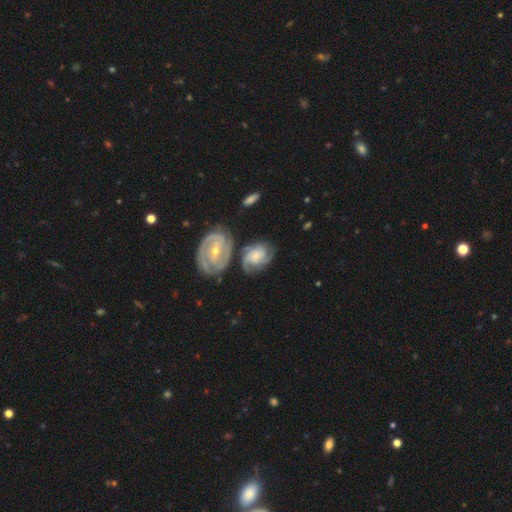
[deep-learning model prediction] The model was most divided on "spiral winding": tight: 51%, medium: 40%, loose: 9%. Remaining: edge-on disk — no (97%); spiral arms — yes (95%); smooth or featured — featured or disk (81%); bar — no (60%); bulge size — small (52%); merging — none (51%); spiral arm count — 3 (41%).